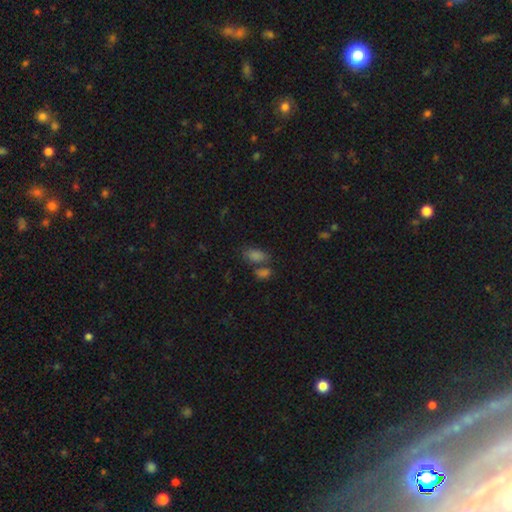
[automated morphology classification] A smooth galaxy with no disk features (74%) that is in between round and cigar-shaped (87%).

Vote fractions:
- Smooth or featured? smooth: 74% / star or artifact: 19% / featured or disk: 8%
- How rounded? in between: 87% / round: 7% / cigar-shaped: 5%
- Merging? none: 51% / merger: 33% / minor disturbance: 11% / major disturbance: 5%